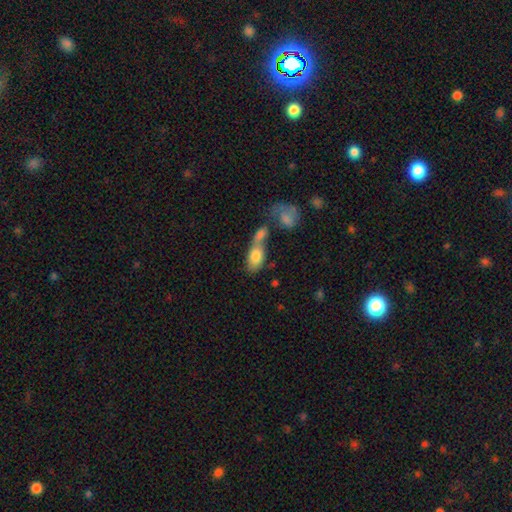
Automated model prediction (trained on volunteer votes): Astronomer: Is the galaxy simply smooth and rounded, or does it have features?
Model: smooth — 75%.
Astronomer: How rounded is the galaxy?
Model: in between — 87%.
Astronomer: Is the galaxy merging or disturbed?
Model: merger — 59%.